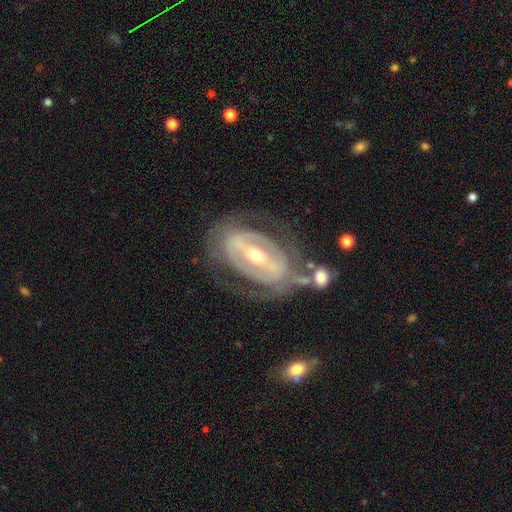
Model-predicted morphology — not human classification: Smooth or featured?
  - featured or disk: 85% *
  - smooth: 10%
  - star or artifact: 6%
Edge-on disk?
  - no: 92% *
  - yes: 8%
Bar?
  - strong: 63% *
  - weak: 24%
  - no: 13%
Spiral arms?
  - yes: 71% *
  - no: 29%
Spiral winding?
  - tight: 60% *
  - medium: 28%
  - loose: 11%
Spiral arm count?
  - 2: 50% *
  - can't tell: 32%
  - 3: 7%
  - 1: 5%
  - 4: 3%
  - more than 4: 2%
Bulge size?
  - moderate: 54% *
  - small: 42%
  - large: 3%
  - none: 1%
  - dominant: 1%
Merging?
  - none: 62% *
  - minor disturbance: 18%
  - major disturbance: 14%
  - merger: 6%